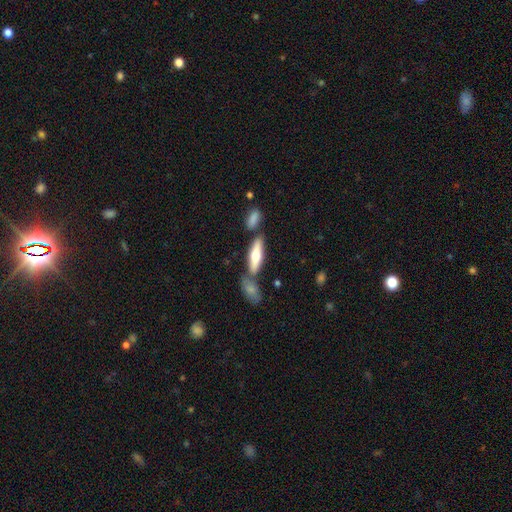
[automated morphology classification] Smooth or featured? Predicted: smooth (p=0.59). How rounded? Predicted: cigar-shaped (p=0.57). Merging? Predicted: none (p=0.66).